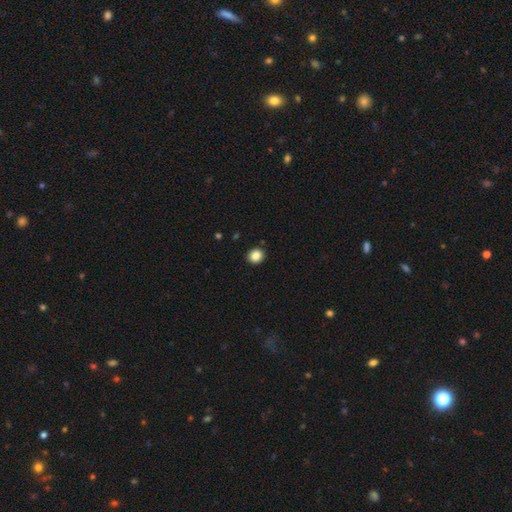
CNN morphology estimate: This is clearly a smooth galaxy (86%). How rounded: clearly round (81%). Merging: clearly none (92%).